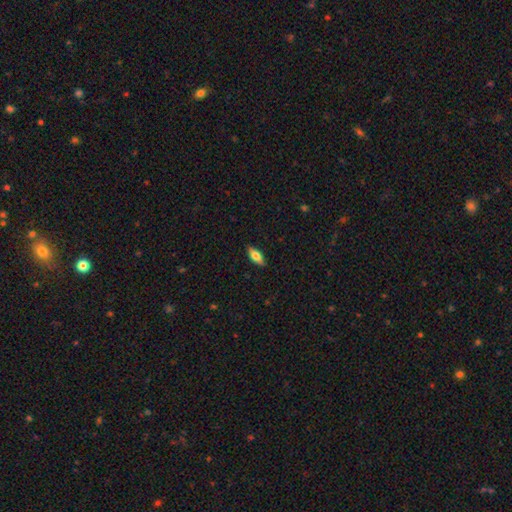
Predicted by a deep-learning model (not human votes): smooth_or_featured: smooth (p=0.63) [alt: featured or disk p=0.30]
how_rounded: in between (p=0.77) [alt: cigar-shaped p=0.20]
merging: none (p=0.89) [alt: minor disturbance p=0.08]